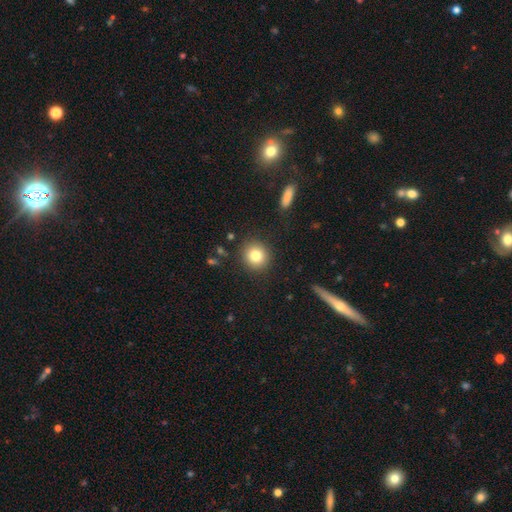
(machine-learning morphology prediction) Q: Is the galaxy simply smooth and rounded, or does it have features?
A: smooth — 81%.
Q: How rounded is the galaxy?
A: round — 90%.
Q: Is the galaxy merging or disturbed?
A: none — 89%.